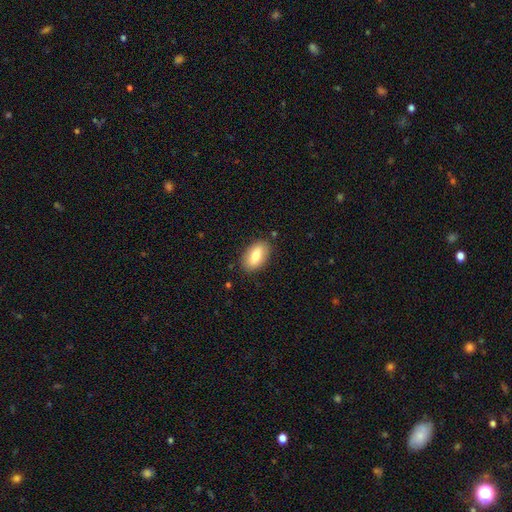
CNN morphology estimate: A smooth galaxy with no disk features (77%) that is in between round and cigar-shaped (92%).

Vote fractions:
- Smooth or featured? smooth: 77% / featured or disk: 17% / star or artifact: 7%
- How rounded? in between: 92% / round: 4% / cigar-shaped: 4%
- Merging? none: 85% / minor disturbance: 11% / major disturbance: 3% / merger: 1%